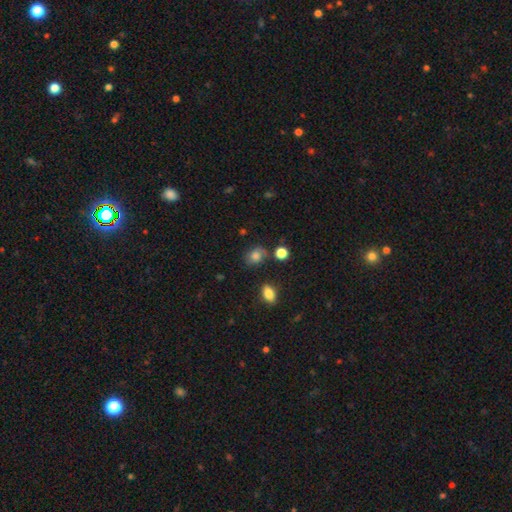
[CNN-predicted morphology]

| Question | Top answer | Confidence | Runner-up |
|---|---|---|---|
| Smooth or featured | smooth | 72% | featured or disk (16%) |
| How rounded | in between | 50% | round (49%) |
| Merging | none | 67% | minor disturbance (21%) |